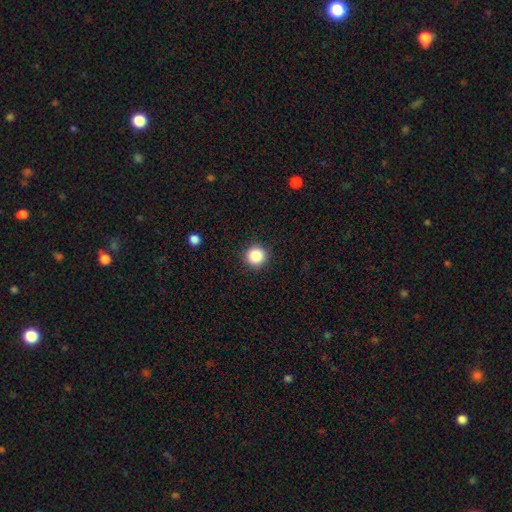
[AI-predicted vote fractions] smooth_or_featured: smooth (p=0.87) [alt: star or artifact p=0.10]
how_rounded: round (p=0.95) [alt: in between p=0.04]
merging: none (p=0.92) [alt: minor disturbance p=0.05]